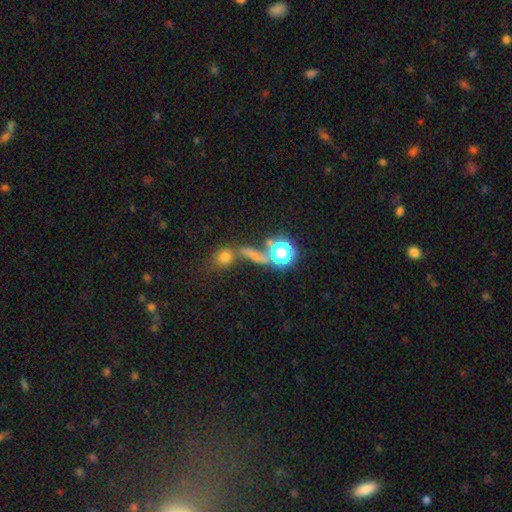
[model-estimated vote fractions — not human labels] Smooth or featured: smooth — 51% (star or artifact — 33%)
How rounded: round — 49% (in between — 27%)
Merging: none — 48% (merger — 30%)